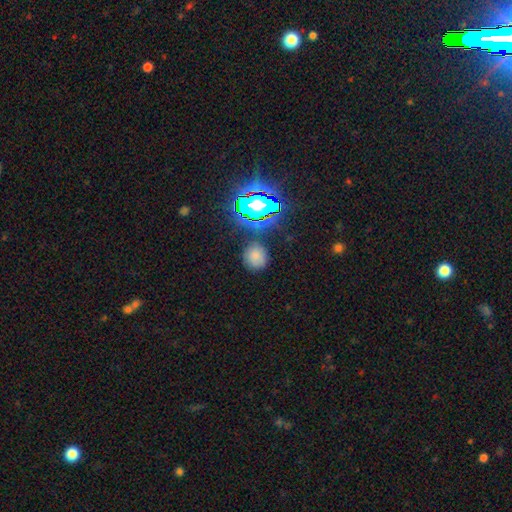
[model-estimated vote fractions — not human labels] The model was most divided on "smooth or featured": smooth: 70%, star or artifact: 21%, featured or disk: 9%. More confident: how rounded — round (83%); merging — none (81%).